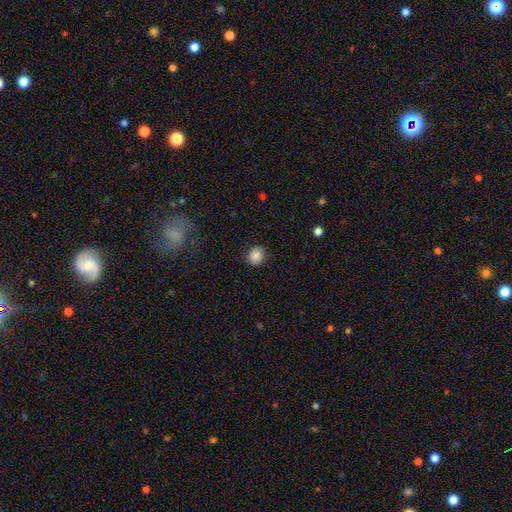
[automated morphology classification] Smooth or featured? Predicted: smooth (p=0.83). How rounded? Predicted: round (p=0.78). Merging? Predicted: none (p=0.84).